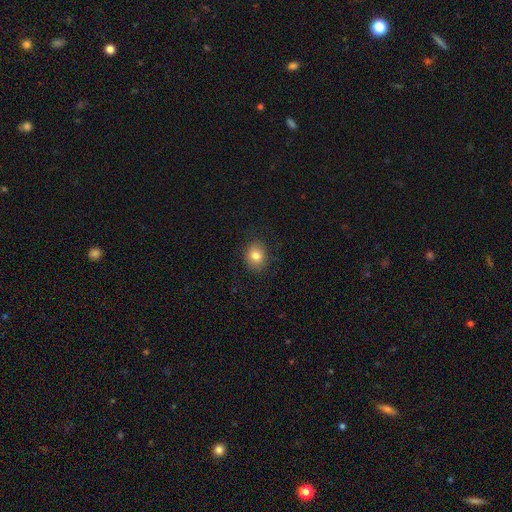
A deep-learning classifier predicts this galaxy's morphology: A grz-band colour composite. It shows a smooth galaxy with no disk features (82%) that is round (62%). Merging: none (87%).